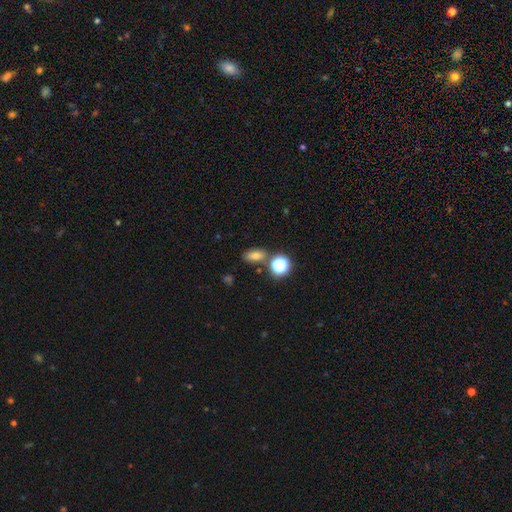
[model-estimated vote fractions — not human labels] A smooth galaxy with no disk features (67%) that is in between round and cigar-shaped (77%).

Vote fractions:
- Smooth or featured? smooth: 67% / star or artifact: 22% / featured or disk: 11%
- How rounded? in between: 77% / round: 19% / cigar-shaped: 5%
- Merging? none: 75% / minor disturbance: 11% / merger: 10% / major disturbance: 4%